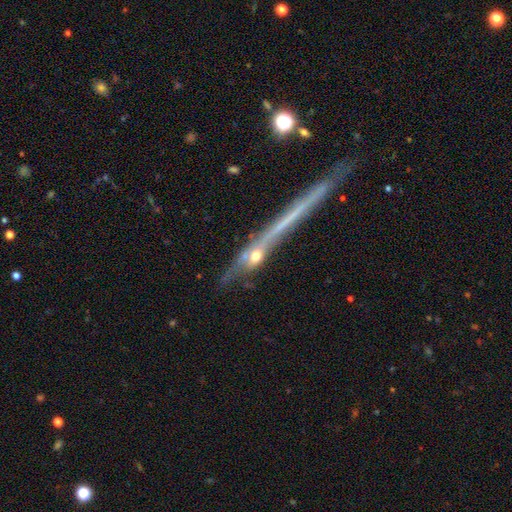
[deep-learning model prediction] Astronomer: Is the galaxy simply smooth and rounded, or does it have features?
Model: featured or disk — 58%.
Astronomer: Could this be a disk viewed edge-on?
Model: yes — 73%.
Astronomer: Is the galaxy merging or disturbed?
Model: none — 46%.